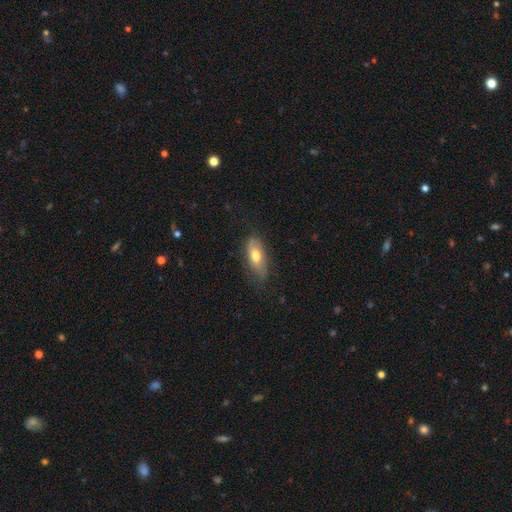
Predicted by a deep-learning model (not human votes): smooth 61%, featured or disk 33%, star or artifact 6%. Down the decision tree: how rounded — in between (83%); merging — none (62%).